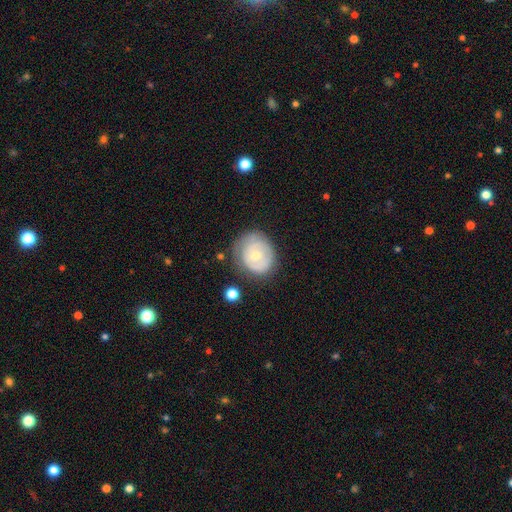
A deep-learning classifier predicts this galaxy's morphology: featured or disk 51%, smooth 42%, star or artifact 7%. Down the decision tree: edge-on disk — no (97%); merging — none (65%).